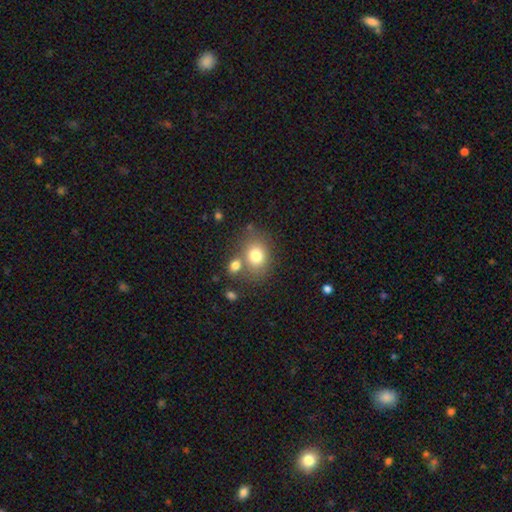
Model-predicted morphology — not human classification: Overall: smooth (77%). How rounded: round (51%; in between 48%). Merging: none (61%; merger 22%).